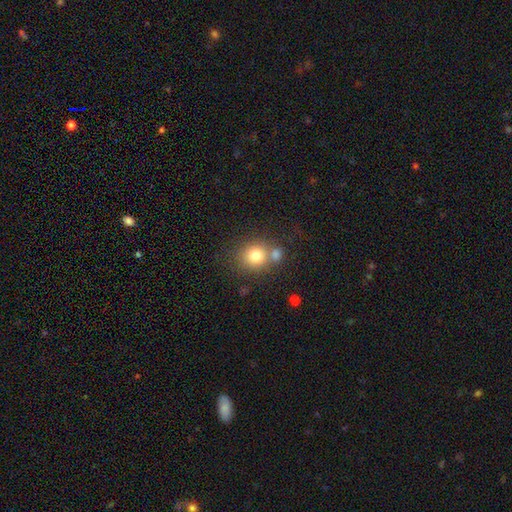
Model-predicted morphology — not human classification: This is likely a smooth galaxy (79%). How rounded: clearly round (82%). Merging: possibly none (54%).